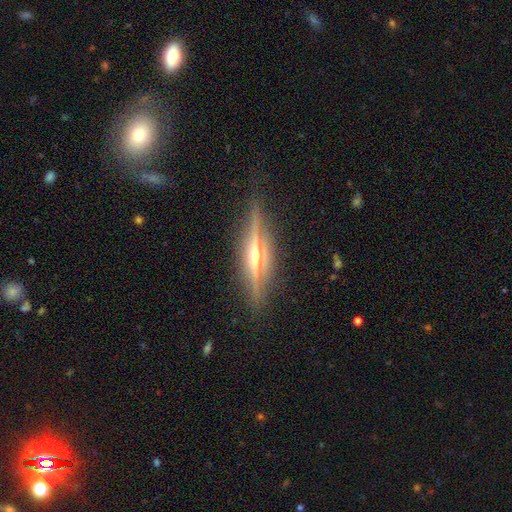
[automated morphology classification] Overall: featured or disk (82%). Edge-on disk: yes (96%). Edge-on bulge: rounded (88%). Merging: none (86%).